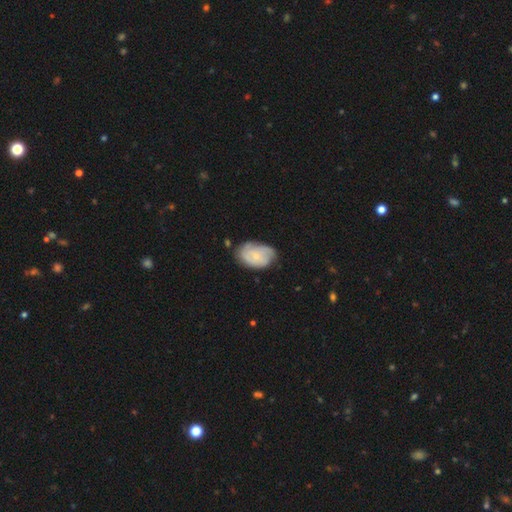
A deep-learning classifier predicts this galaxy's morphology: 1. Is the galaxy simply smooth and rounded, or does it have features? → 52% featured or disk, 41% smooth, 7% star or artifact.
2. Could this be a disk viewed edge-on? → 97% no, 3% yes.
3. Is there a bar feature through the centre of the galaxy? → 72% no, 25% weak, 3% strong.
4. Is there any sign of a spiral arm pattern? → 83% yes, 17% no.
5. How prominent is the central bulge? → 68% small, 18% moderate, 12% none, 2% large, 1% dominant.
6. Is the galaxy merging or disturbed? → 62% none, 29% minor disturbance, 8% major disturbance, 2% merger.